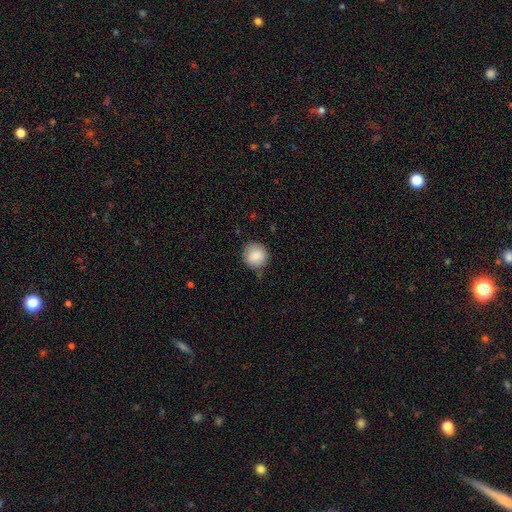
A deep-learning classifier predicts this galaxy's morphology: Smooth or featured?
  - smooth: 85% *
  - star or artifact: 8%
  - featured or disk: 7%
How rounded?
  - round: 91% *
  - in between: 8%
  - cigar-shaped: 1%
Merging?
  - none: 73% *
  - minor disturbance: 21%
  - major disturbance: 4%
  - merger: 2%